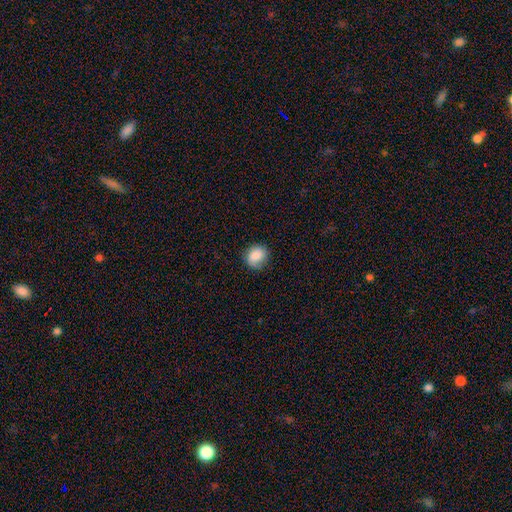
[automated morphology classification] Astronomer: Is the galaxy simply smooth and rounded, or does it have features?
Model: smooth — 83%.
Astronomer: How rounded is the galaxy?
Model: round — 78%.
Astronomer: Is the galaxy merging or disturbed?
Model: none — 76%.